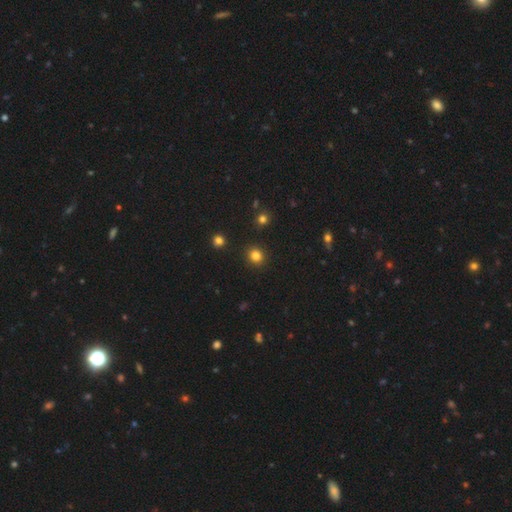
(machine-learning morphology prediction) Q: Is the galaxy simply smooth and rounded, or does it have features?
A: smooth — 82%.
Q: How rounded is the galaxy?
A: round — 84%.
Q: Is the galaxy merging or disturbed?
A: none — 91%.